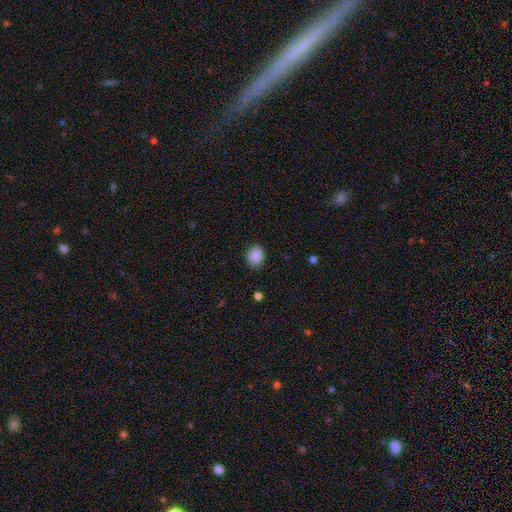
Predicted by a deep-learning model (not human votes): Smooth or featured? smooth (89%)
How rounded? round (51%)
Merging? none (83%)